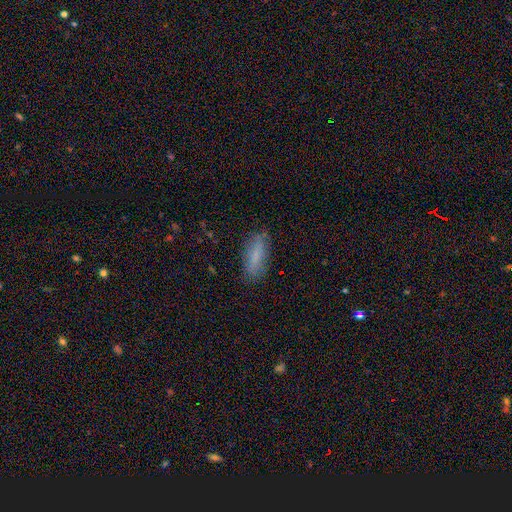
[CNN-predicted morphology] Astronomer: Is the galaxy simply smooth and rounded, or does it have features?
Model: smooth — 74%.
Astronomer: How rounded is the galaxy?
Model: in between — 60% (runner-up: cigar-shaped, 38%).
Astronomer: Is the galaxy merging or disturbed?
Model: none — 79%.